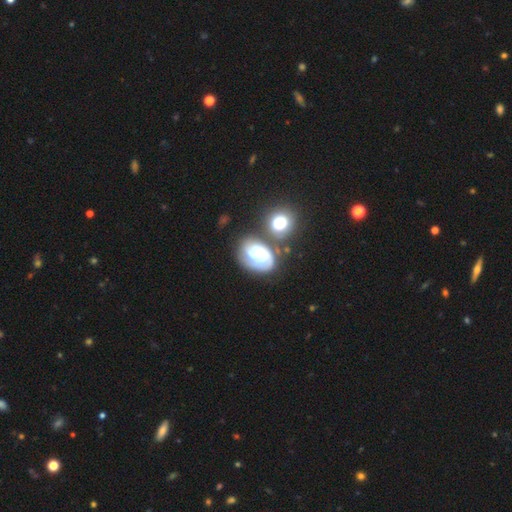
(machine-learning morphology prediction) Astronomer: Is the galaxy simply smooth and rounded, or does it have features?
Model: featured or disk — 68%.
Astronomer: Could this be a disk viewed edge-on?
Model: no — 98%.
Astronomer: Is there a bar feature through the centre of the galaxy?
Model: no — 64%.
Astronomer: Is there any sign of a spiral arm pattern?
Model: yes — 85%.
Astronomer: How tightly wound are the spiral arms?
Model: tight — 57% (runner-up: medium, 32%).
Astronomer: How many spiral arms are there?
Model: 2 — 32% (runner-up: can't tell, 31%).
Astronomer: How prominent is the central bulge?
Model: small — 43% (runner-up: moderate, 31%).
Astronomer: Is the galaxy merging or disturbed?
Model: none — 48%.